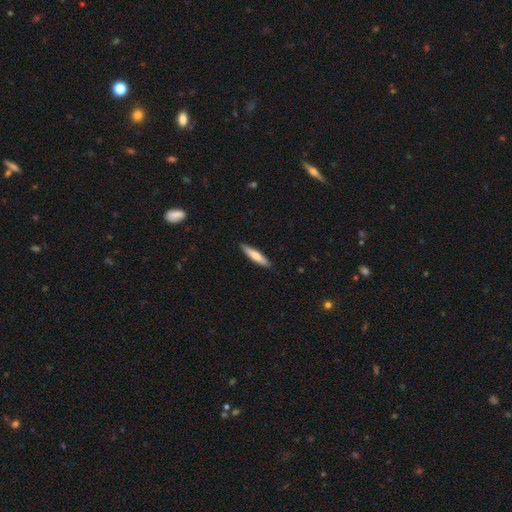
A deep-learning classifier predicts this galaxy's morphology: smooth-or-featured: smooth: 70% | featured or disk: 24% | star or artifact: 5%
  how-rounded: cigar-shaped: 84% | in between: 15% | round: 1%
  merging: none: 90% | minor disturbance: 7% | major disturbance: 1% | merger: 1%